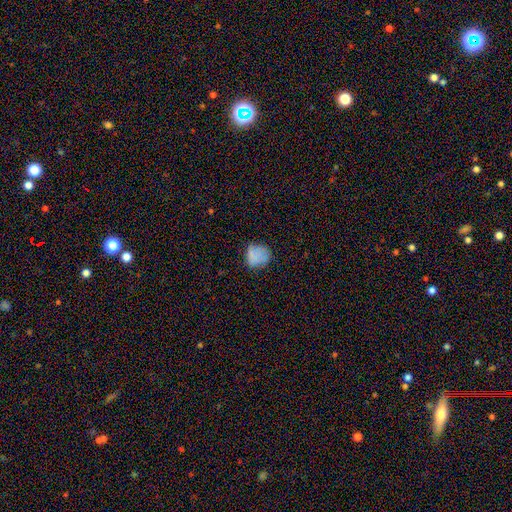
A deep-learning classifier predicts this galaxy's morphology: smooth-or-featured: smooth: 78% | star or artifact: 12% | featured or disk: 10%
  how-rounded: round: 68% | in between: 31% | cigar-shaped: 1%
  merging: none: 61% | minor disturbance: 28% | major disturbance: 9% | merger: 2%